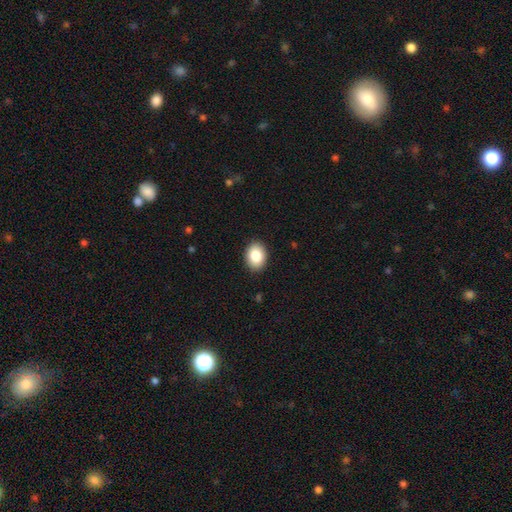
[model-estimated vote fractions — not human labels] Smooth or featured? Predicted: smooth (p=0.86). How rounded? Predicted: in between (p=0.69). Merging? Predicted: none (p=0.90).